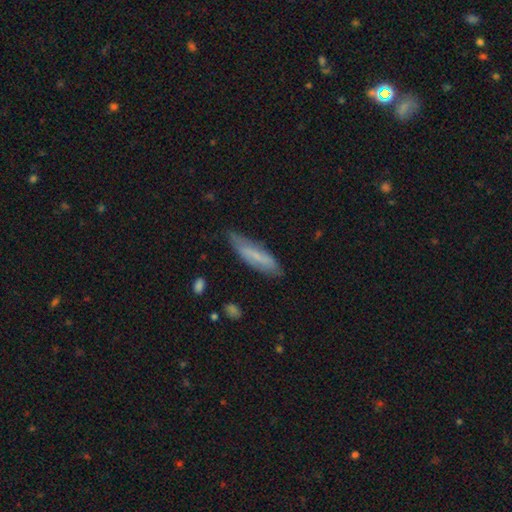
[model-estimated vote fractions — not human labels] Morphology: type=smooth (56%); roundness=cigar-shaped (68%); merging=none (66%).